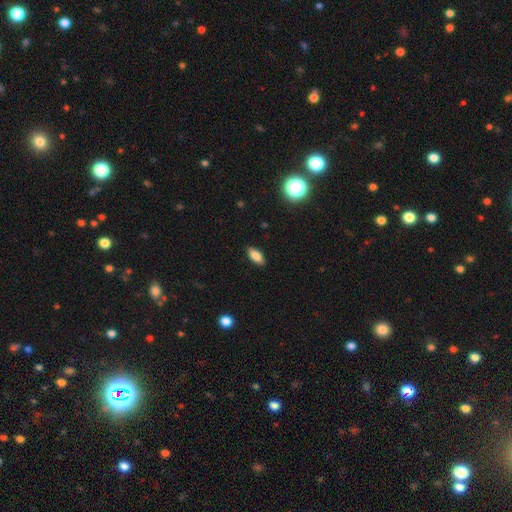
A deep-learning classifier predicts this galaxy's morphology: smooth 80%, featured or disk 12%, star or artifact 8%. Down the decision tree: how rounded — in between (82%); merging — none (89%).